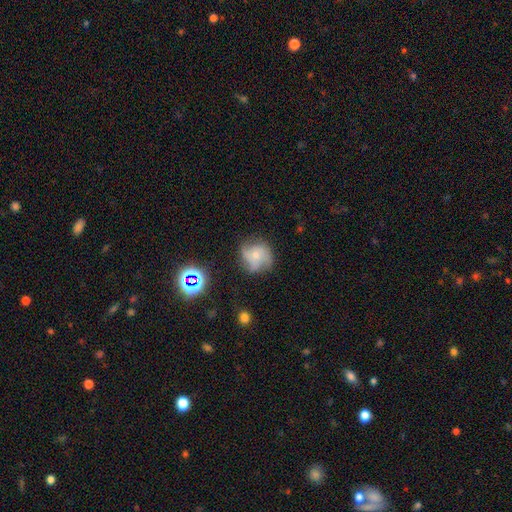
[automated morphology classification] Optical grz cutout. It shows a featured or disk galaxy (52%) with no bar (78%), spiral arms (83%) and a small central bulge (52%). Merging: none (62%).